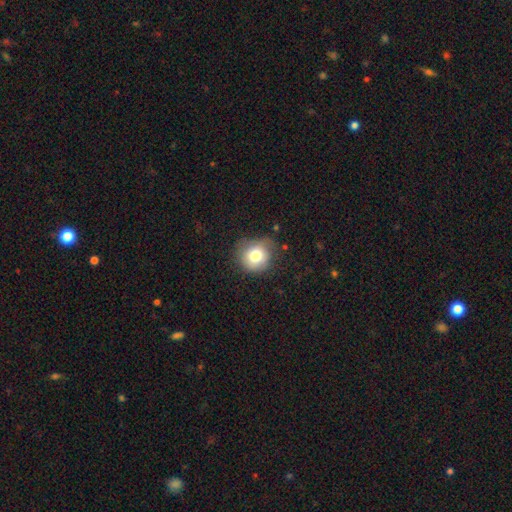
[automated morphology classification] Smooth or featured? smooth (78%)
How rounded? round (84%)
Merging? none (65%)